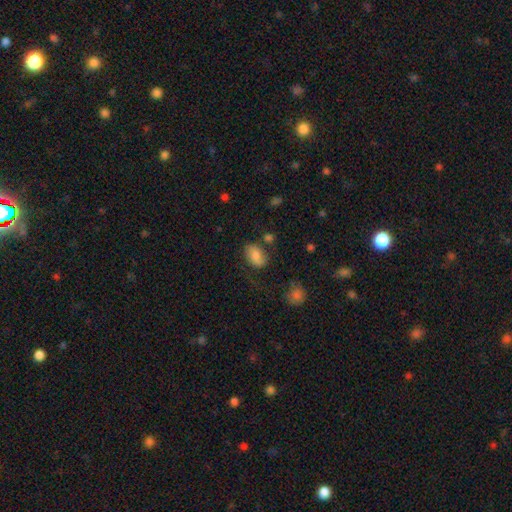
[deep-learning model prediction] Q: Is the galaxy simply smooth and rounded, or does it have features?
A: smooth — 73%.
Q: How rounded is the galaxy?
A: in between — 80%.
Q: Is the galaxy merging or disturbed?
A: none — 58%.